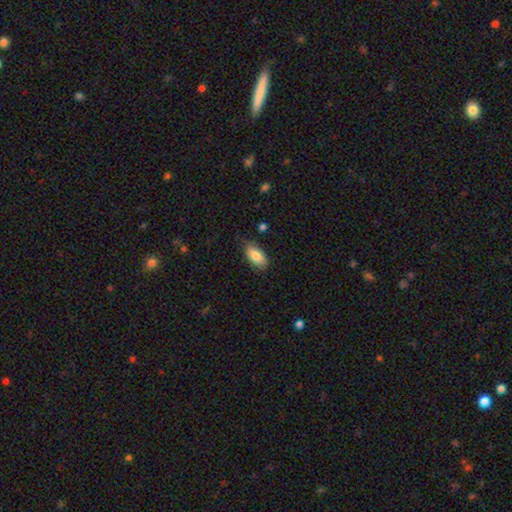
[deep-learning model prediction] Morphology: type=smooth (83%); roundness=in between (92%); merging=none (73%).